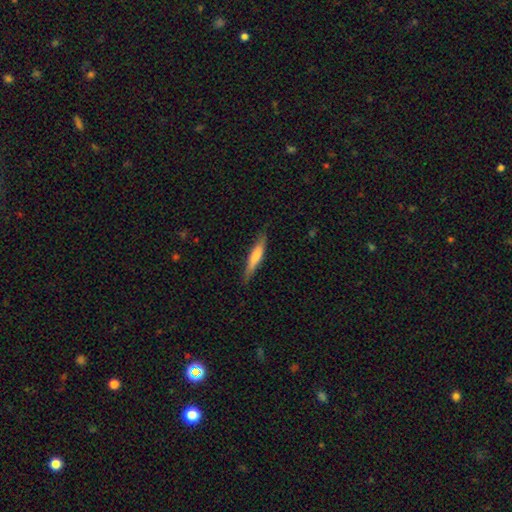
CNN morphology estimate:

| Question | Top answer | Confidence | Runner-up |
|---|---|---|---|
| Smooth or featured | smooth | 60% | featured or disk (34%) |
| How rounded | cigar-shaped | 90% | in between (9%) |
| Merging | none | 84% | minor disturbance (12%) |